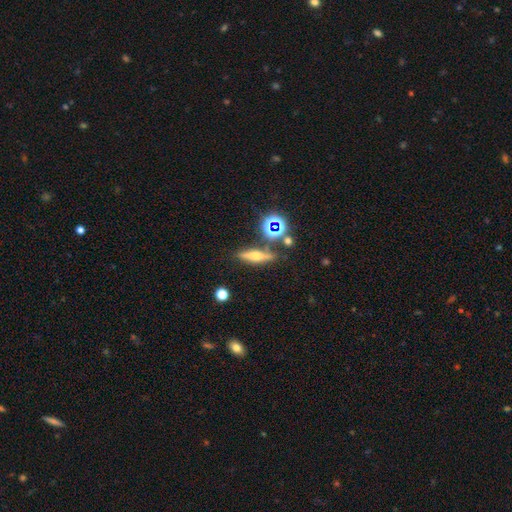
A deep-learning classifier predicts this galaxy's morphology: Smooth or featured: featured or disk — 49% (smooth — 31%)
Merging: none — 78% (minor disturbance — 11%)